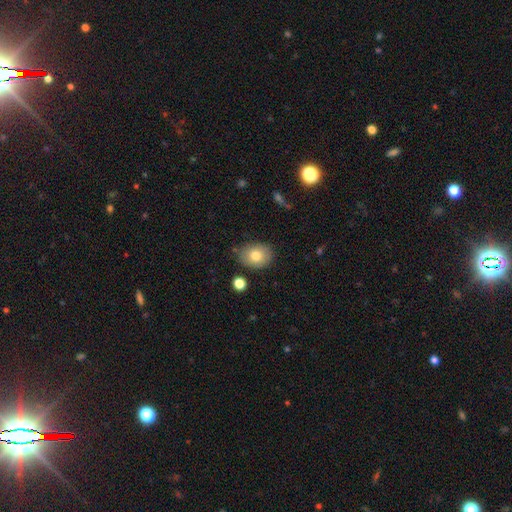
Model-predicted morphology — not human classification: This appears to be a smooth galaxy with no disk features (79%) that is in between round and cigar-shaped (65%). Merging: none (79%).